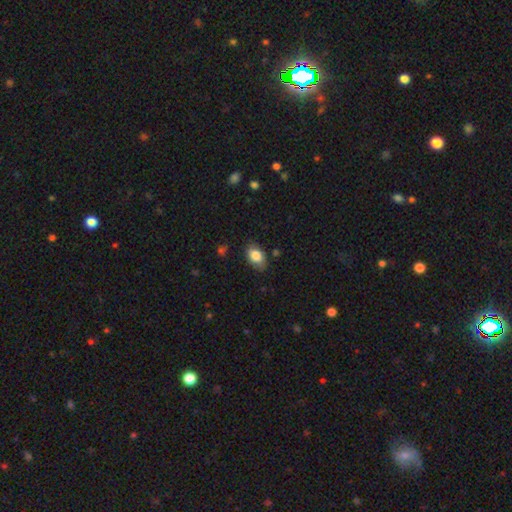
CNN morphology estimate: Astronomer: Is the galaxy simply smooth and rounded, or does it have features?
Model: smooth — 84%.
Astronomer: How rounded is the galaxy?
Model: in between — 87%.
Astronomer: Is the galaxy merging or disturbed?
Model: none — 79%.